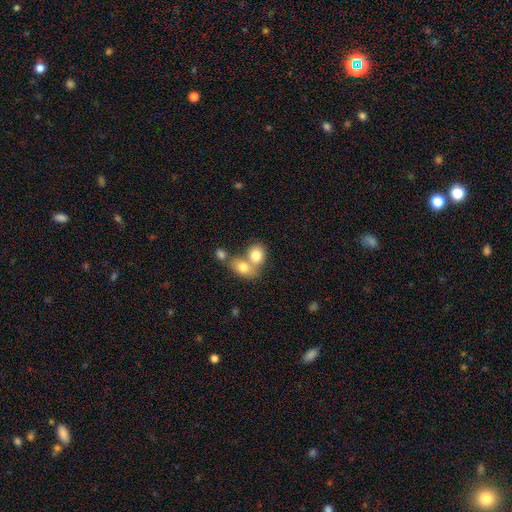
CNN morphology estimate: Smooth or featured?
  - smooth: 78% *
  - featured or disk: 14%
  - star or artifact: 9%
How rounded?
  - round: 50% *
  - in between: 48%
  - cigar-shaped: 1%
Merging?
  - merger: 60% *
  - none: 30%
  - minor disturbance: 7%
  - major disturbance: 3%